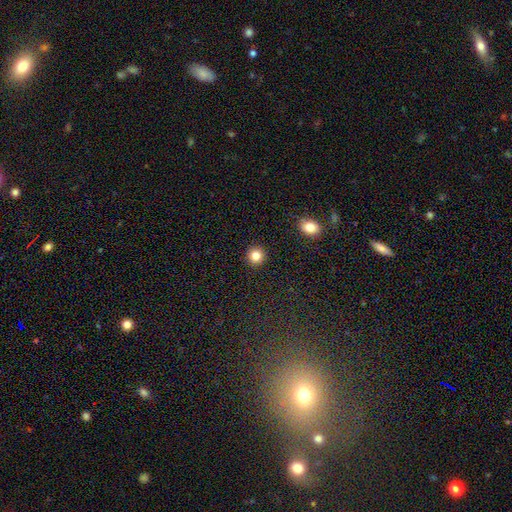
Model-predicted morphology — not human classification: A smooth galaxy with no disk features (83%) that is round (93%). Merging: none (93%).